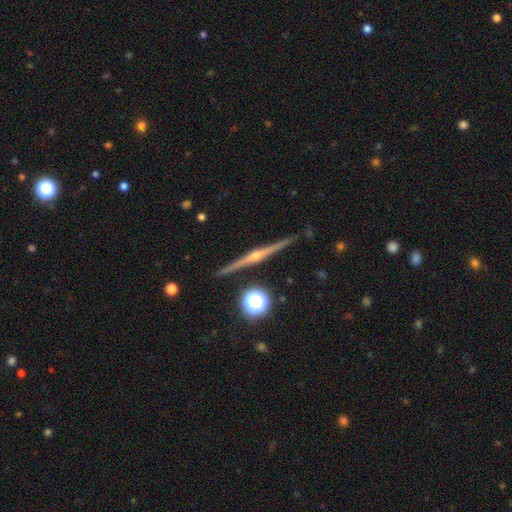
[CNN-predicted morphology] smooth_or_featured: featured or disk (p=0.87) [alt: smooth p=0.07]
disk_edge_on: yes (p=0.99) [alt: no p=0.01]
edge_on_bulge: rounded (p=0.90) [alt: none p=0.05]
merging: none (p=0.92) [alt: minor disturbance p=0.06]